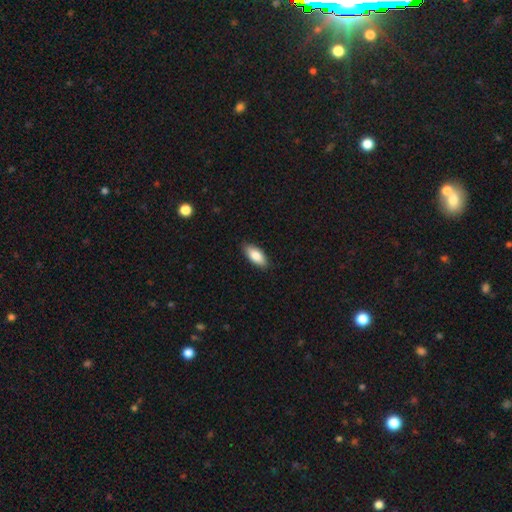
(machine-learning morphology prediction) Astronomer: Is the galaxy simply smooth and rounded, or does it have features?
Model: smooth — 84%.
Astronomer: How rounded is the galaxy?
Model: in between — 86%.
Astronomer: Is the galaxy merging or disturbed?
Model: none — 87%.